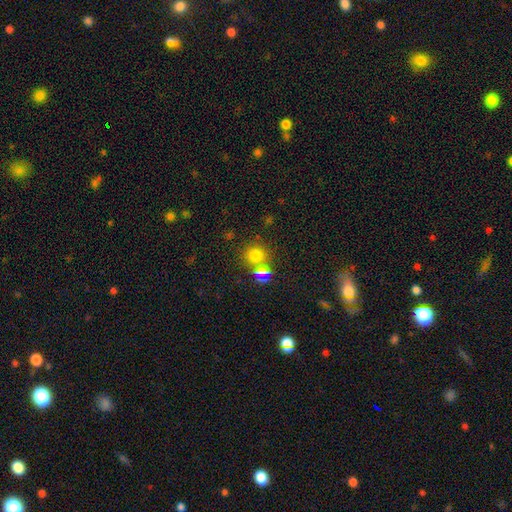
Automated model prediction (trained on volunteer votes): smooth-or-featured: smooth: 69% | star or artifact: 24% | featured or disk: 7%
  how-rounded: round: 90% | in between: 9% | cigar-shaped: 1%
  merging: none: 75% | merger: 14% | minor disturbance: 8% | major disturbance: 4%